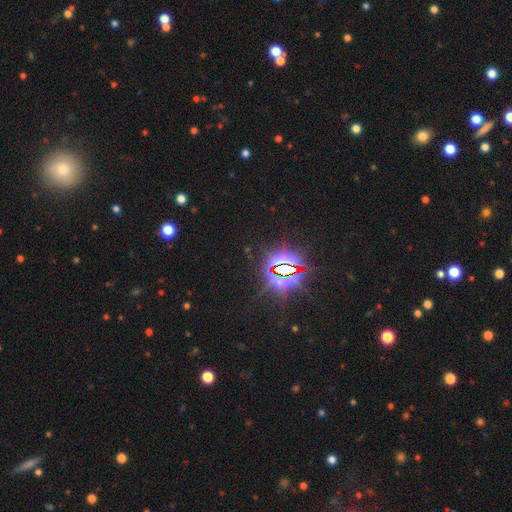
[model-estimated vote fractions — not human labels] A star or artifact, not a galaxy (84%).